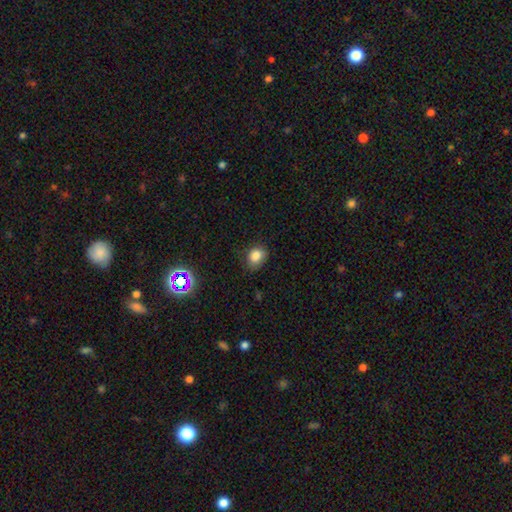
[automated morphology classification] The model was most divided on "how rounded": in between: 52%, round: 48%, cigar-shaped: 1%. More confident: smooth or featured — smooth (82%); merging — none (69%).